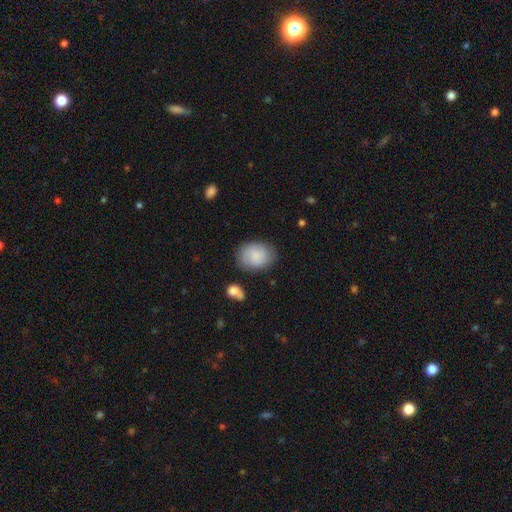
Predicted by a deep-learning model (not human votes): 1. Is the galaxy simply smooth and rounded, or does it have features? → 79% smooth, 14% featured or disk, 7% star or artifact.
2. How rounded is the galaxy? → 61% in between, 38% round, 1% cigar-shaped.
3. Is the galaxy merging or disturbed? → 76% none, 16% minor disturbance, 5% major disturbance, 3% merger.